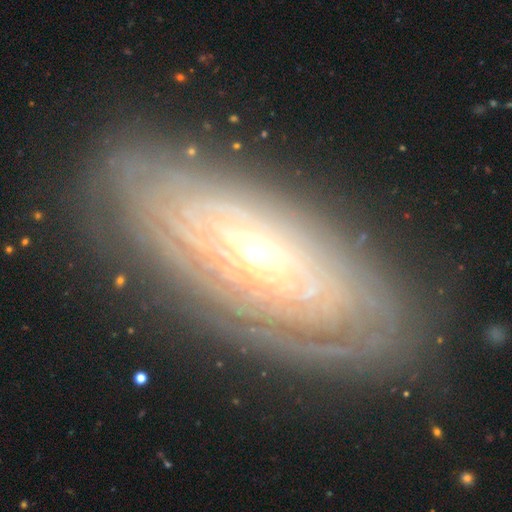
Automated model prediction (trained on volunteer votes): Smooth or featured? Predicted: featured or disk (p=0.79). Edge-on disk? Predicted: no (p=0.86). Bar? Predicted: no (p=0.72). Spiral arms? Predicted: yes (p=0.82). Spiral winding? Predicted: tight (p=0.84). Spiral arm count? Predicted: can't tell (p=0.62). Bulge size? Predicted: small (p=0.65). Merging? Predicted: none (p=0.82).